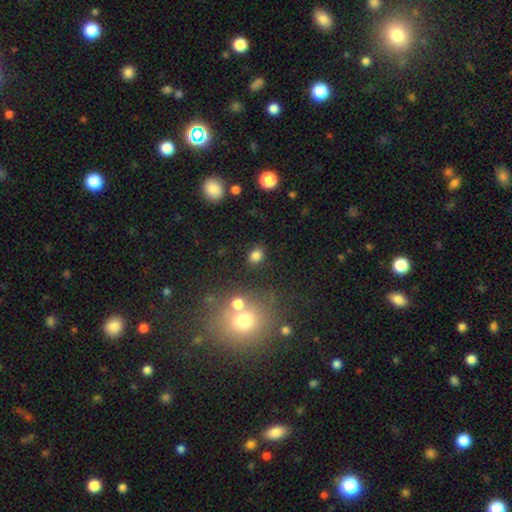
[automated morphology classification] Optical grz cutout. It shows a smooth galaxy with no disk features (80%) that is round (52%). Merging: none (80%).